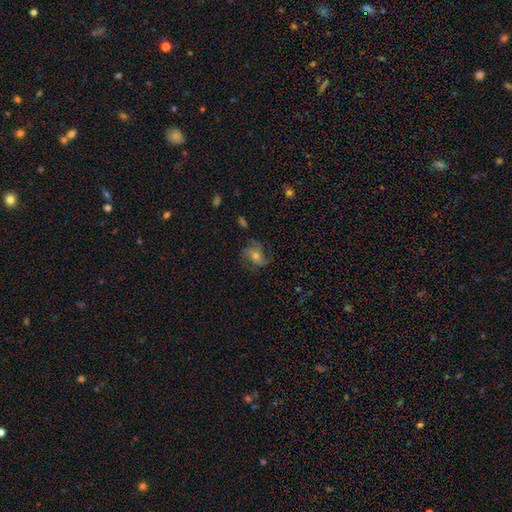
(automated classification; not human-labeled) This is likely a featured or disk galaxy (69%). It is clearly not viewed edge-on (96%). Bar: likely no (68%). Spiral arm pattern: clearly yes (92%). Spiral arm count: marginally 3 (42%). Spiral winding: possibly medium (47%). Central bulge: possibly moderate (54%). Merging: likely none (70%).